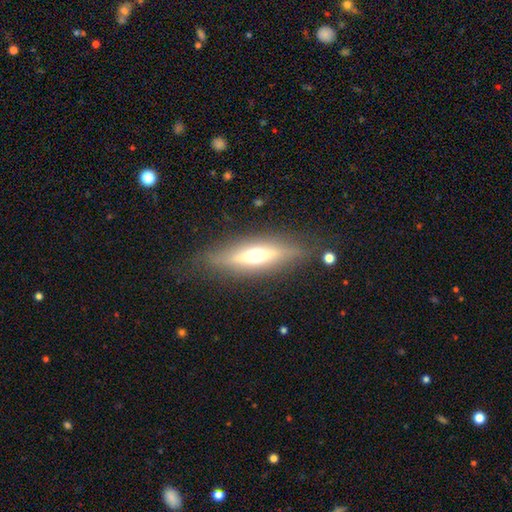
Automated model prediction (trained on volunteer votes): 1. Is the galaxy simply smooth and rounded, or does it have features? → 57% featured or disk, 35% smooth, 7% star or artifact.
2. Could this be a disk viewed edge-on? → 86% yes, 14% no.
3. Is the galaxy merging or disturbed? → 82% none, 12% minor disturbance, 4% major disturbance, 2% merger.